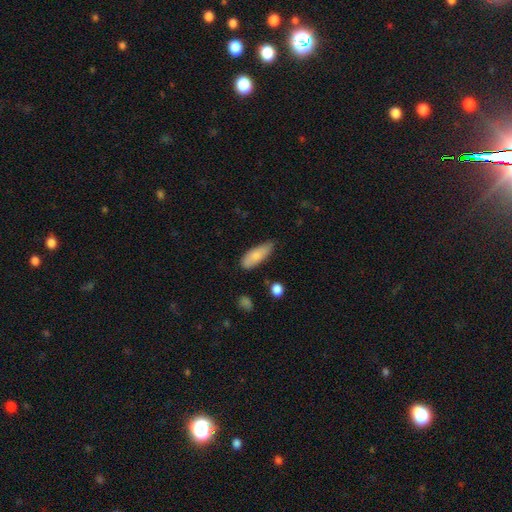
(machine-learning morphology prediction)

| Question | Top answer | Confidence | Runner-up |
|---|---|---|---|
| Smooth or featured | smooth | 80% | featured or disk (14%) |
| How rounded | in between | 72% | cigar-shaped (26%) |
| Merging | none | 63% | minor disturbance (30%) |